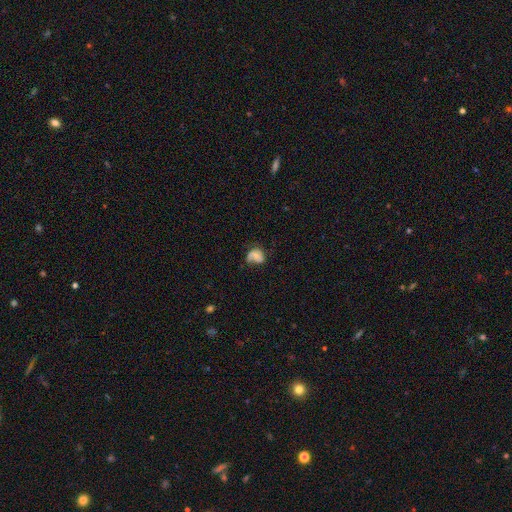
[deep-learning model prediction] Smooth or featured: featured or disk — 49% (smooth — 41%)
Merging: none — 40% (major disturbance — 28%)